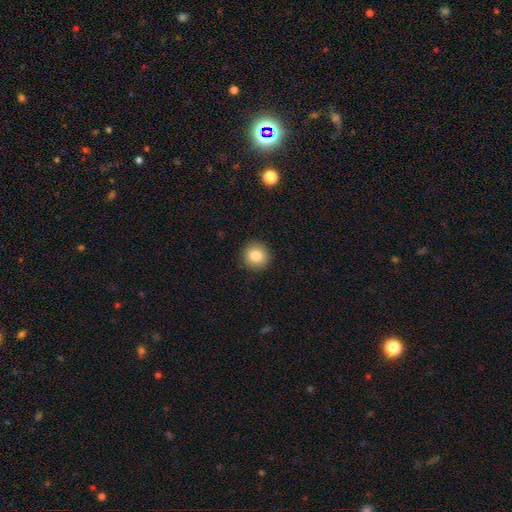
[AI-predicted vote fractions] A smooth galaxy with no disk features (83%) that is round (89%). Merging: none (91%).